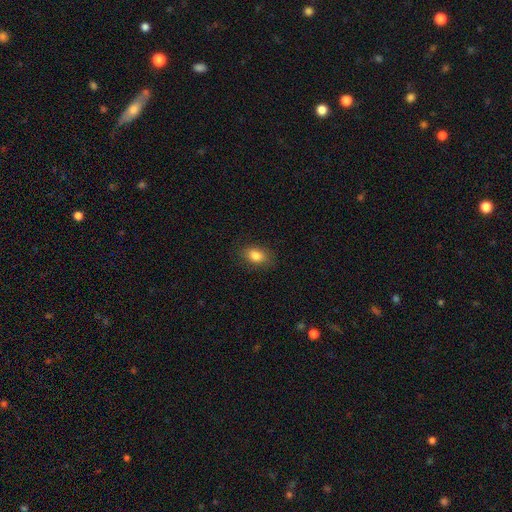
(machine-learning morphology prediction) Q: Smooth or featured?
A: smooth (84%); runner-up: star or artifact (9%)
Q: How rounded?
A: in between (82%); runner-up: round (16%)
Q: Merging?
A: none (84%); runner-up: minor disturbance (11%)